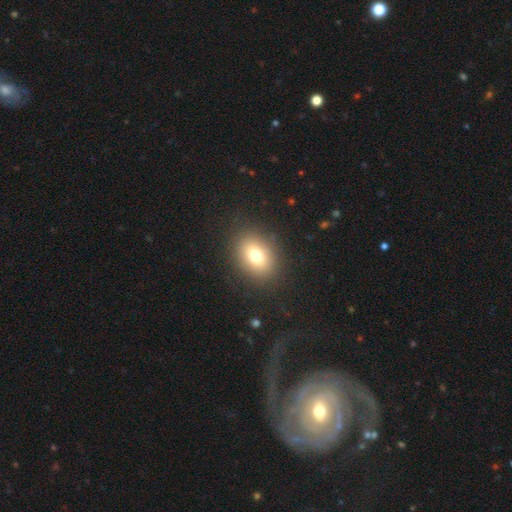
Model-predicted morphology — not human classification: Overall: smooth (76%). How rounded: in between (60%; round 39%). Merging: none (87%).